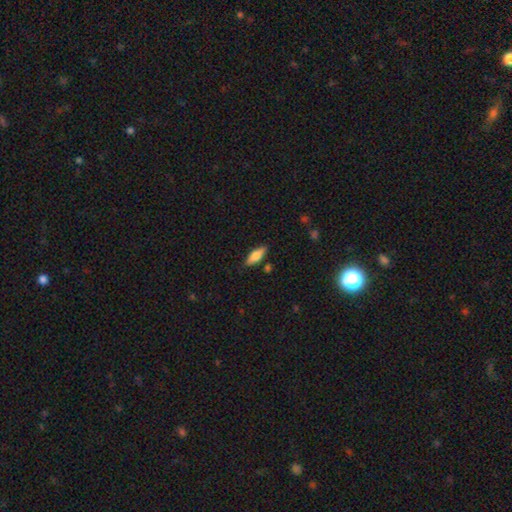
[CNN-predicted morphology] This is likely a smooth galaxy (69%). How rounded: likely in between (62%). Merging: clearly none (84%).